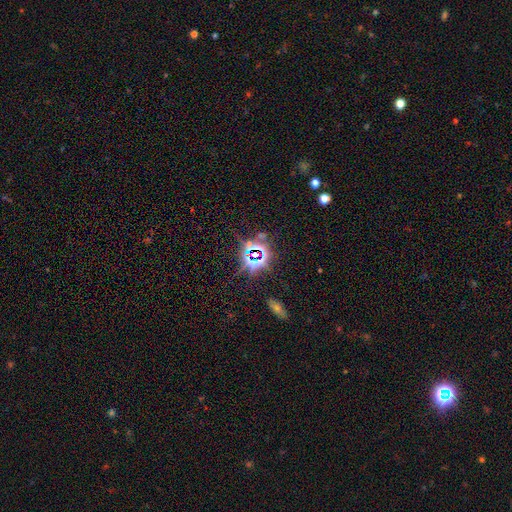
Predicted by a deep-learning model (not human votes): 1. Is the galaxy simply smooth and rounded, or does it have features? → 81% star or artifact, 11% smooth, 8% featured or disk.